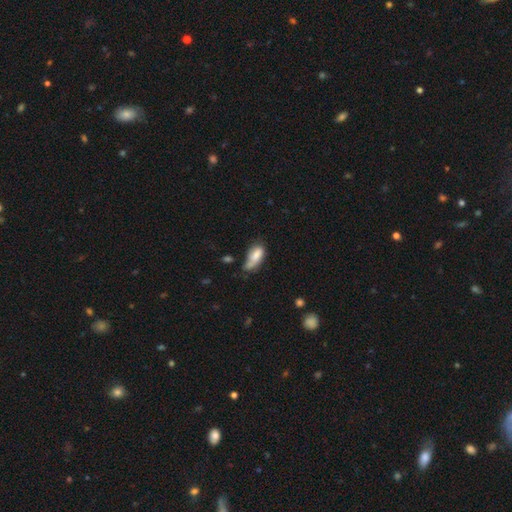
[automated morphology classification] smooth-or-featured: smooth: 76% | featured or disk: 16% | star or artifact: 8%
  how-rounded: in between: 87% | cigar-shaped: 10% | round: 3%
  merging: minor disturbance: 38% | none: 35% | major disturbance: 17% | merger: 10%